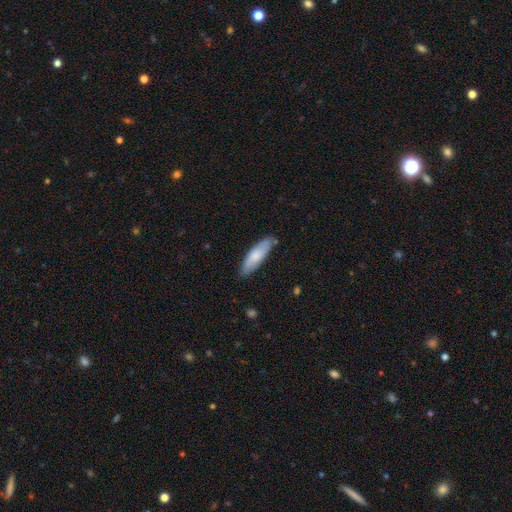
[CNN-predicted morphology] A smooth galaxy with no disk features (74%) that is cigar-shaped (52%). Merging: none (82%).